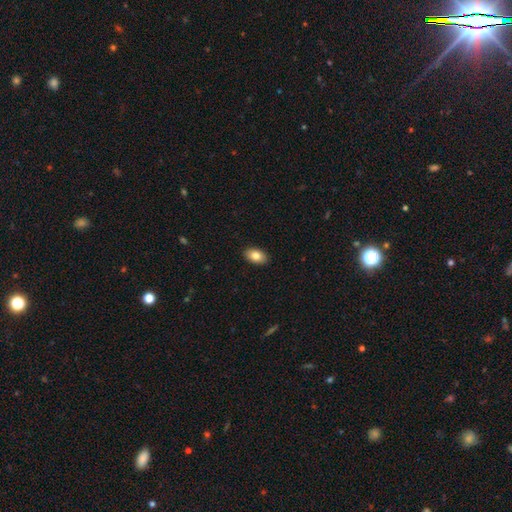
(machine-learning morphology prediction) Overall: smooth (83%). How rounded: in between (92%). Merging: none (90%).